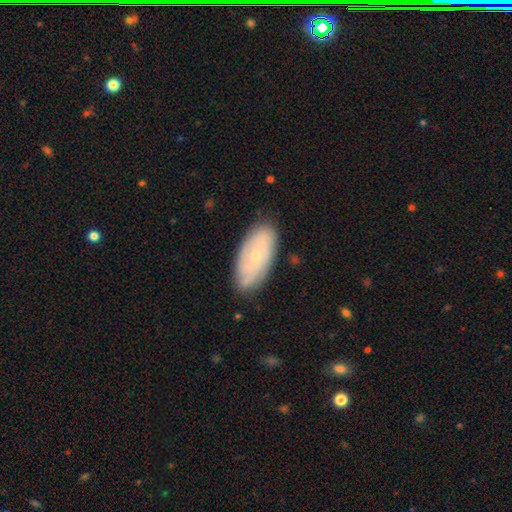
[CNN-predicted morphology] type=featured or disk (57%); edge-on=no (91%); bar=no (76%); spiral arms=yes (77%); bulge=small (75%); merging=none (81%).